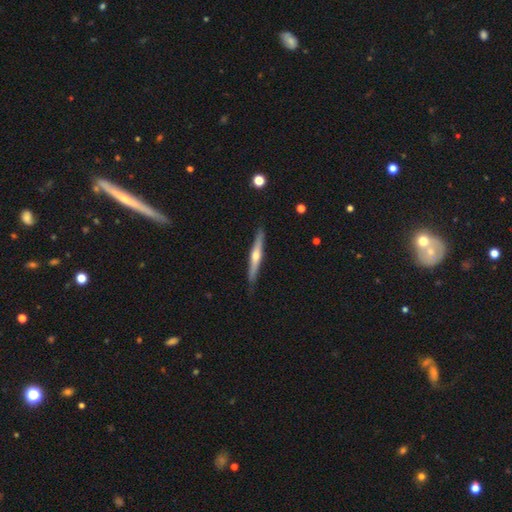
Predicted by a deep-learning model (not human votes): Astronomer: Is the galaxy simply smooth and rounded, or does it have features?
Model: featured or disk — 60%.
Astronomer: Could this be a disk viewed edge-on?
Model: yes — 95%.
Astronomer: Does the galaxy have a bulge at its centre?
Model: rounded — 83%.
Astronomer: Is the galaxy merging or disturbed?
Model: none — 86%.